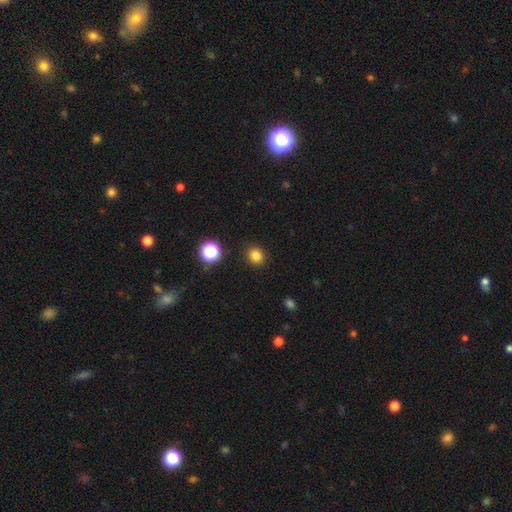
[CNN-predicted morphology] Smooth or featured? Predicted: smooth (p=0.82). How rounded? Predicted: round (p=0.83). Merging? Predicted: none (p=0.90).